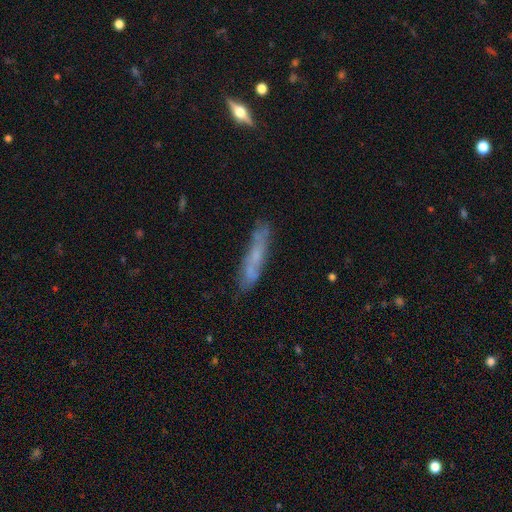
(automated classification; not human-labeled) A smooth galaxy with no disk features (47%).

Vote fractions:
- Smooth or featured? smooth: 47% / featured or disk: 44% / star or artifact: 9%
- Merging? none: 74% / minor disturbance: 18% / major disturbance: 5% / merger: 3%